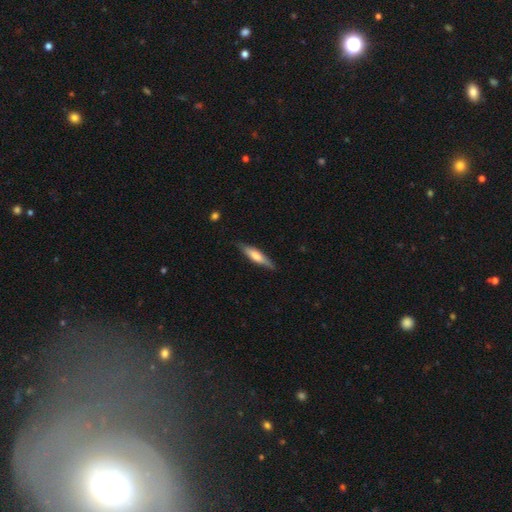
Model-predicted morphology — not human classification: This is possibly a smooth galaxy (54%). How rounded: clearly cigar-shaped (82%). Merging: clearly none (84%).